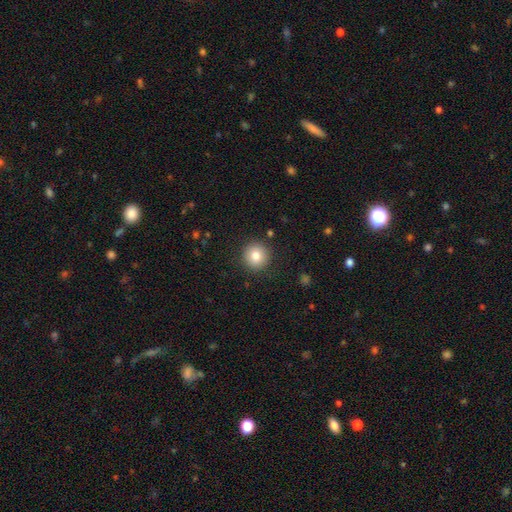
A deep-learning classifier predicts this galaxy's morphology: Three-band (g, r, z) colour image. It shows a smooth galaxy with no disk features (82%) that is round (95%). Merging: none (90%).